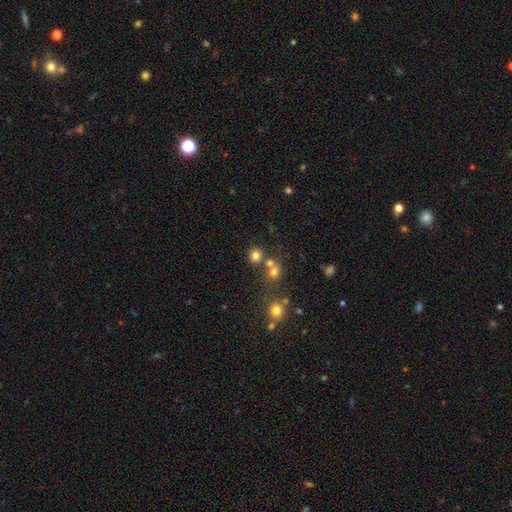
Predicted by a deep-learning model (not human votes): Overall: smooth (76%). How rounded: round (89%). Merging: none (71%).